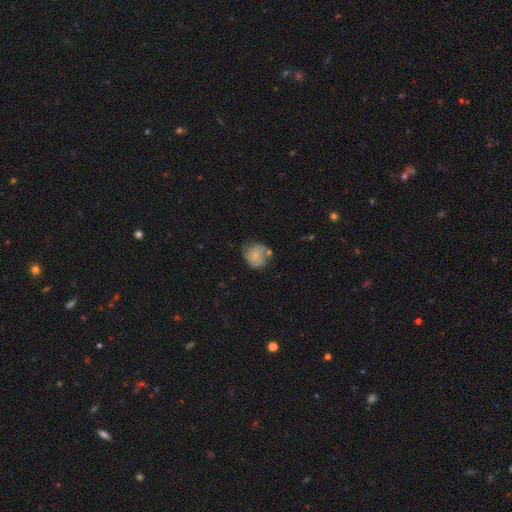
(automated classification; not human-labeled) smooth-or-featured: smooth: 67% | featured or disk: 24% | star or artifact: 8%
  how-rounded: round: 77% | in between: 22% | cigar-shaped: 1%
  merging: none: 52% | minor disturbance: 28% | major disturbance: 10% | merger: 10%